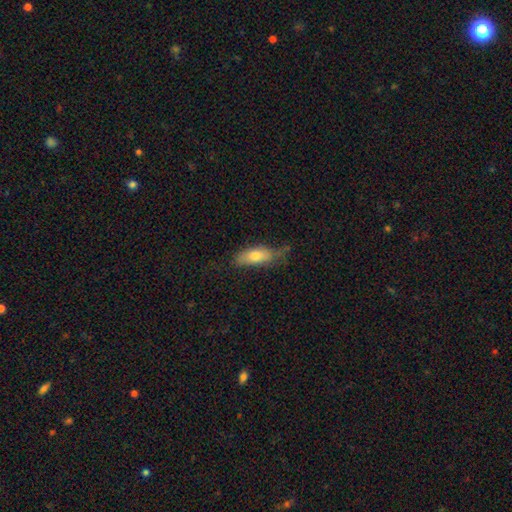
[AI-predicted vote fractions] Smooth or featured?
  - smooth: 72% *
  - featured or disk: 21%
  - star or artifact: 7%
How rounded?
  - in between: 70% *
  - cigar-shaped: 28%
  - round: 3%
Merging?
  - none: 53% *
  - minor disturbance: 33%
  - major disturbance: 12%
  - merger: 3%